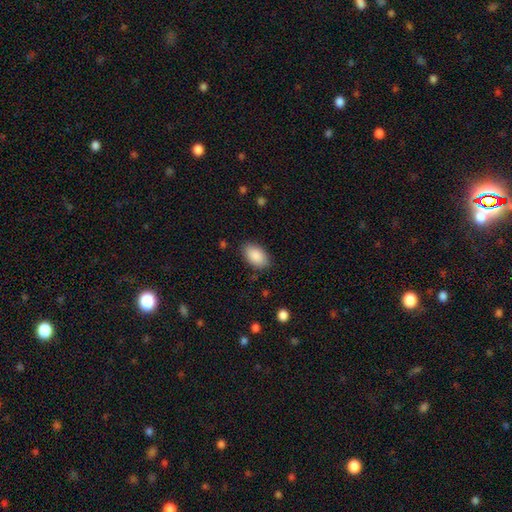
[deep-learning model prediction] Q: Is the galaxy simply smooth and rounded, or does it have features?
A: smooth — 89%.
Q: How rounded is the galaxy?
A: in between — 94%.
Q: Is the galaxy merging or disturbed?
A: none — 85%.